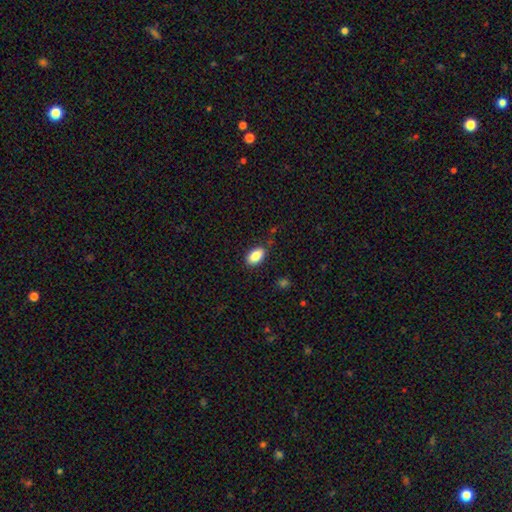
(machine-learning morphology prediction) Q: Smooth or featured?
A: smooth (86%); runner-up: star or artifact (7%)
Q: How rounded?
A: in between (92%); runner-up: round (4%)
Q: Merging?
A: none (85%); runner-up: minor disturbance (11%)